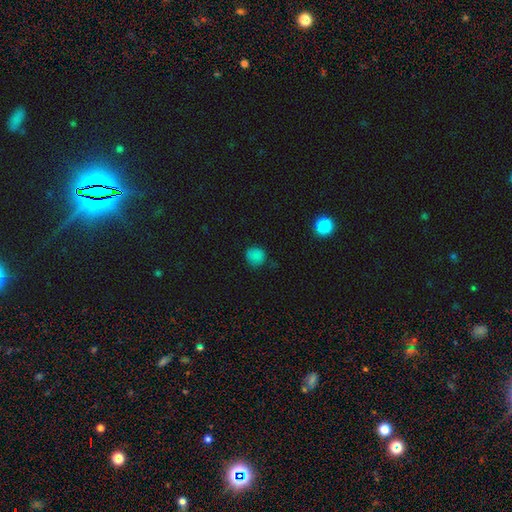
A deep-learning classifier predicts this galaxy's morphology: Q: Smooth or featured?
A: smooth (80%); runner-up: star or artifact (16%)
Q: How rounded?
A: round (88%); runner-up: in between (11%)
Q: Merging?
A: none (78%); runner-up: minor disturbance (16%)